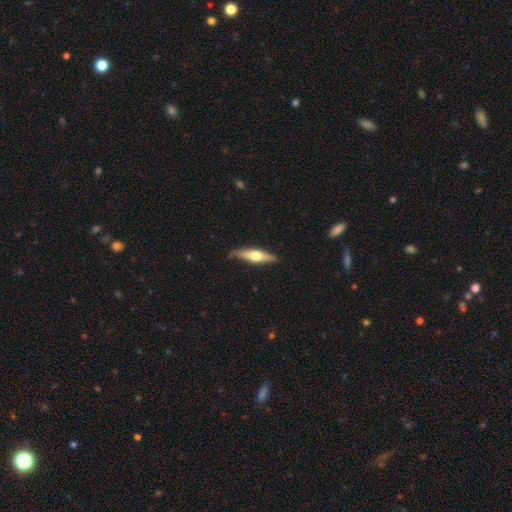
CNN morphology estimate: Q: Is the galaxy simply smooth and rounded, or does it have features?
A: featured or disk — 51%.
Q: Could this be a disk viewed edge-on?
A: yes — 91%.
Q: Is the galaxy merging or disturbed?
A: none — 78%.